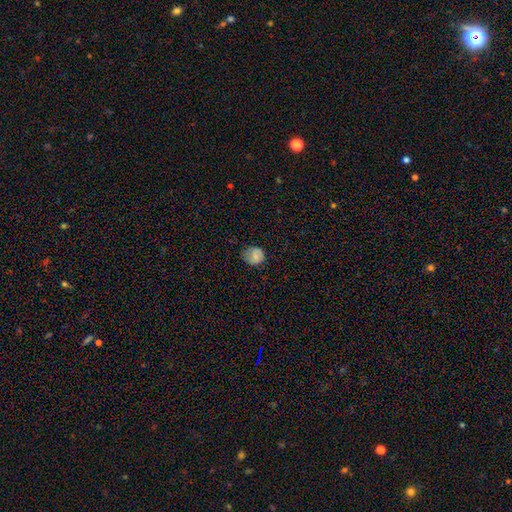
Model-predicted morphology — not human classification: Smooth or featured? smooth (80%)
How rounded? round (74%)
Merging? none (62%)